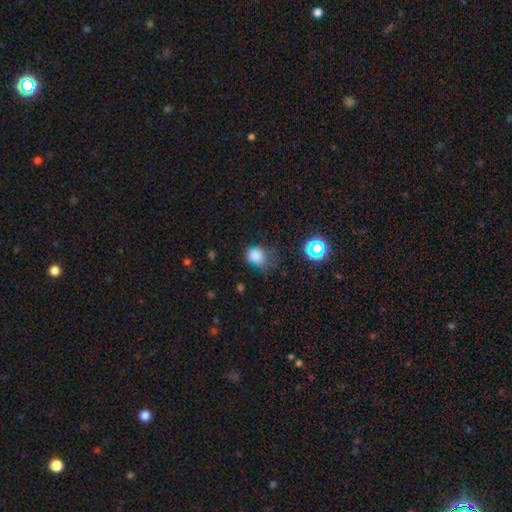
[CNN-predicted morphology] This is likely a smooth galaxy (76%). How rounded: possibly round (55%). Merging: marginally none (41%).